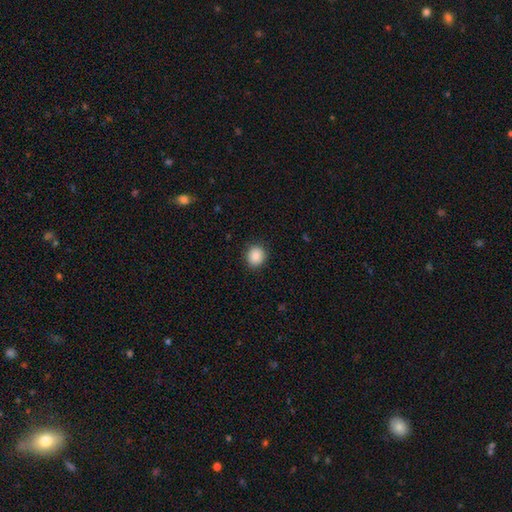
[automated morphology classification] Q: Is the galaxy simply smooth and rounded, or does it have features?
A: smooth — 88%.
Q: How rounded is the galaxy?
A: round — 80%.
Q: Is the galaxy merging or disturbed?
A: none — 89%.